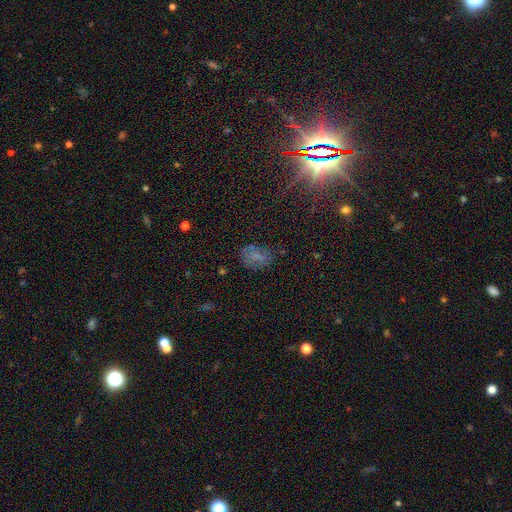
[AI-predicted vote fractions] smooth 59%, star or artifact 25%, featured or disk 17%. Down the decision tree: how rounded — in between (79%); merging — none (67%).